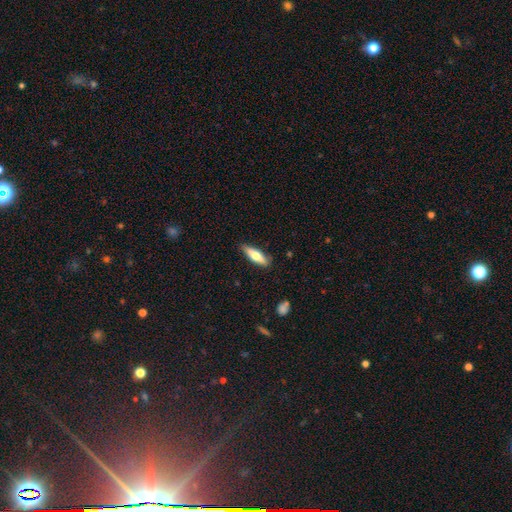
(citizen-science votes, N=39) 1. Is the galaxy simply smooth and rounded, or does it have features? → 59% smooth, 38% featured or disk, 3% star or artifact.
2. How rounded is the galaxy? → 52% in between, 48% cigar-shaped, 0% round.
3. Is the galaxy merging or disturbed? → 89% none, 11% minor disturbance, 0% major disturbance, 0% merger.